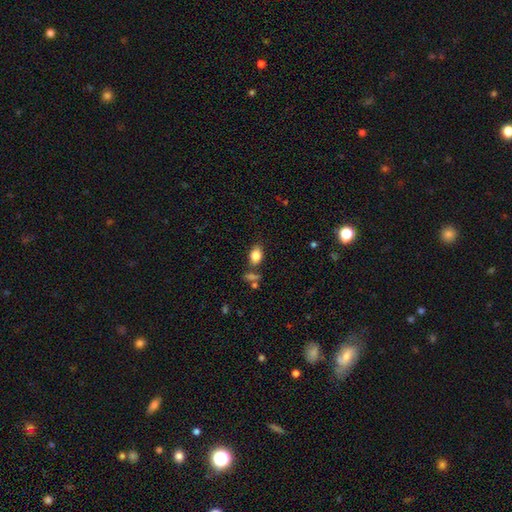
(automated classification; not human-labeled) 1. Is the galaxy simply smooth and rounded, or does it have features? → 84% smooth, 9% star or artifact, 7% featured or disk.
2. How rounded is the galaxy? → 84% in between, 14% round, 2% cigar-shaped.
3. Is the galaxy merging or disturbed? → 73% none, 14% minor disturbance, 10% merger, 4% major disturbance.